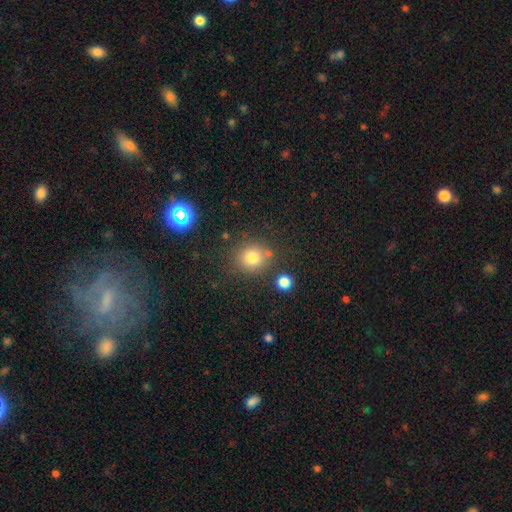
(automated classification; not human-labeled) A smooth galaxy with no disk features (56%) that is round (86%).

Vote fractions:
- Smooth or featured? smooth: 56% / star or artifact: 32% / featured or disk: 12%
- How rounded? round: 86% / in between: 12% / cigar-shaped: 1%
- Merging? none: 83% / minor disturbance: 8% / merger: 5% / major disturbance: 3%